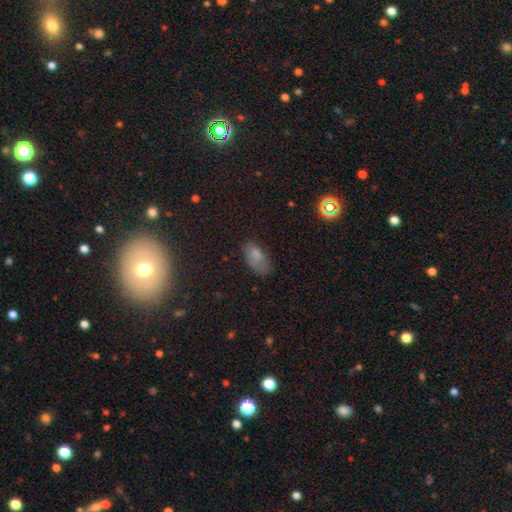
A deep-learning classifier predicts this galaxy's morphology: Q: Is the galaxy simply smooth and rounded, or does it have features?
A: smooth — 74%.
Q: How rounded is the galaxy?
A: in between — 92%.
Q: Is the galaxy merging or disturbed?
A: none — 57%.